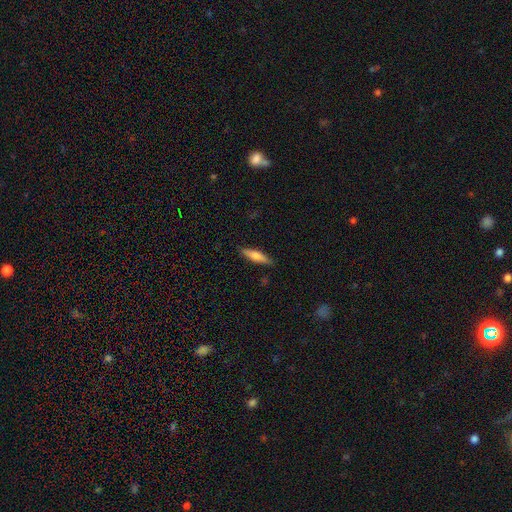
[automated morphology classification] smooth_or_featured: smooth (p=0.61) [alt: featured or disk p=0.33]
how_rounded: cigar-shaped (p=0.75) [alt: in between p=0.24]
merging: none (p=0.86) [alt: minor disturbance p=0.10]